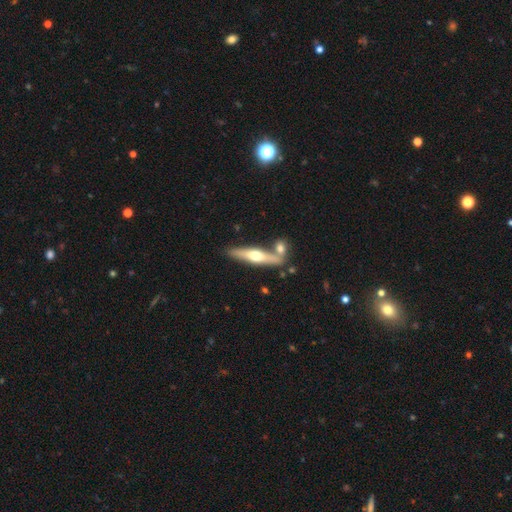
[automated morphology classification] Smooth or featured? Predicted: featured or disk (p=0.57). Edge-on disk? Predicted: yes (p=0.92). Edge-on bulge? Predicted: rounded (p=0.93). Merging? Predicted: none (p=0.66).